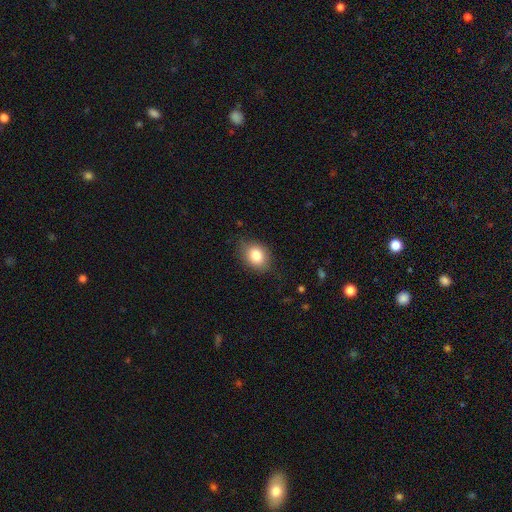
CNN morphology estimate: The model was most divided on "how rounded": in between: 62%, round: 37%, cigar-shaped: 1%. More confident: smooth or featured — smooth (83%); merging — none (76%).